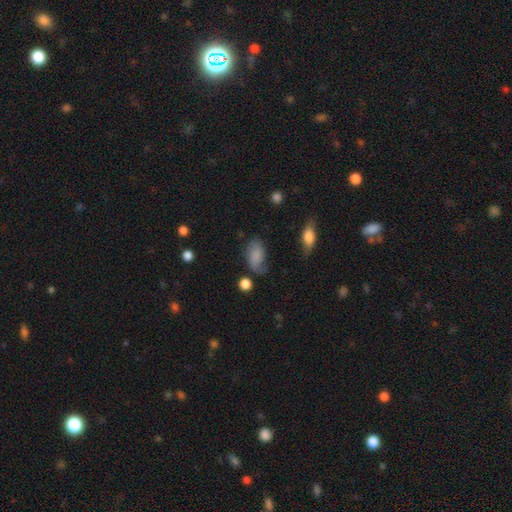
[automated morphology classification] Overall: smooth (74%). How rounded: in between (91%). Merging: none (48%; minor disturbance 32%).